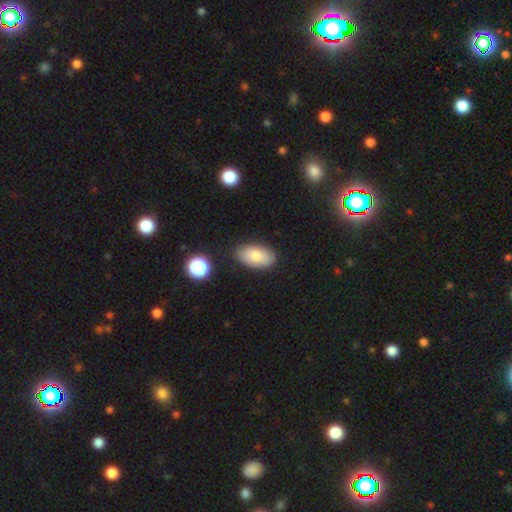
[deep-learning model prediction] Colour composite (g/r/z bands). It shows a smooth galaxy with no disk features (78%) that is in between round and cigar-shaped (93%). Merging: none (84%).